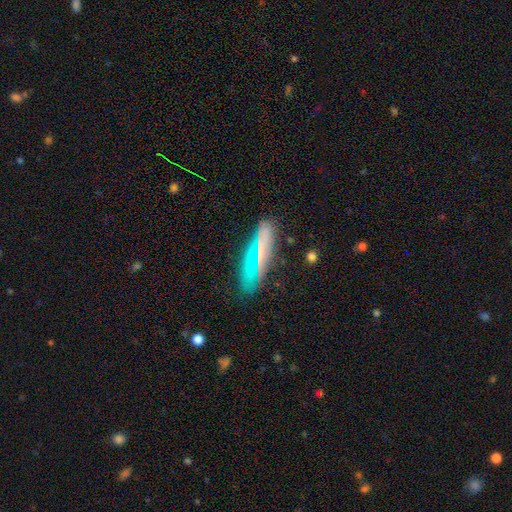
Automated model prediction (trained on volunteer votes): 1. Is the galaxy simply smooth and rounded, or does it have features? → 49% smooth, 38% featured or disk, 13% star or artifact.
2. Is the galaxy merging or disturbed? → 76% none, 16% minor disturbance, 5% major disturbance, 2% merger.